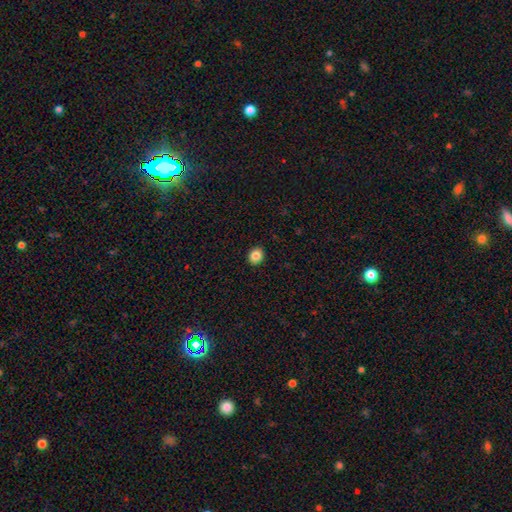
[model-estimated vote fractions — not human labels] Morphology: type=smooth (85%); roundness=round (68%); merging=none (92%).